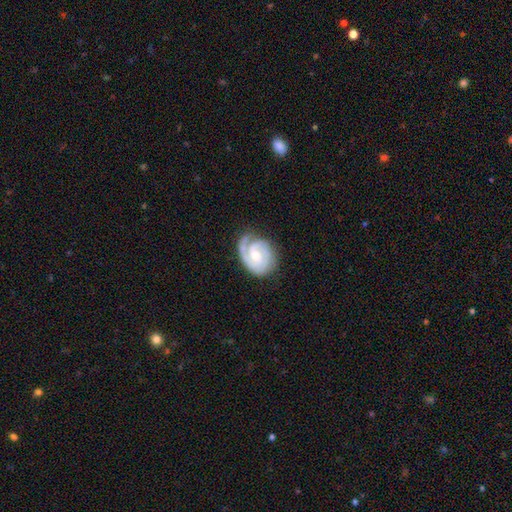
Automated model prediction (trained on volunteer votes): Morphology: type=featured or disk (90%); edge-on=no (98%); bar=no (47%); spiral arms=yes (98%); winding=tight (67%); arm count=2 (60%); bulge=moderate (56%); merging=none (72%).